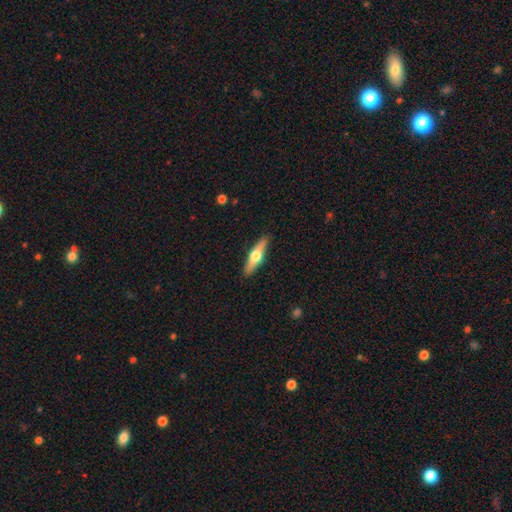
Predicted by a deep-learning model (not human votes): smooth_or_featured: featured or disk (p=0.58) [alt: smooth p=0.37]
disk_edge_on: yes (p=0.94) [alt: no p=0.06]
edge_on_bulge: rounded (p=0.95) [alt: boxy p=0.03]
merging: none (p=0.90) [alt: minor disturbance p=0.07]